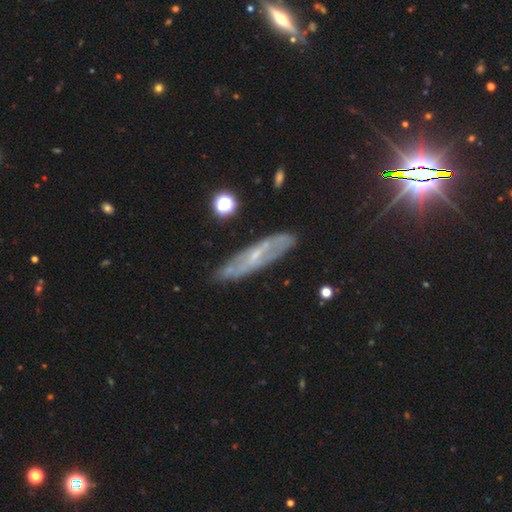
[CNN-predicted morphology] smooth-or-featured: featured or disk: 65% | smooth: 24% | star or artifact: 11%
  disk-edge-on: no: 60% | yes: 40%
  merging: none: 74% | minor disturbance: 18% | major disturbance: 5% | merger: 2%